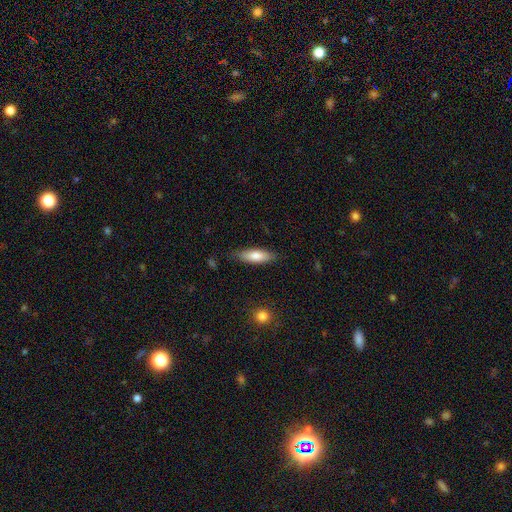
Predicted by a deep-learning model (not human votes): smooth_or_featured: smooth (p=0.77) [alt: featured or disk p=0.17]
how_rounded: in between (p=0.53) [alt: cigar-shaped p=0.45]
merging: none (p=0.83) [alt: minor disturbance p=0.13]